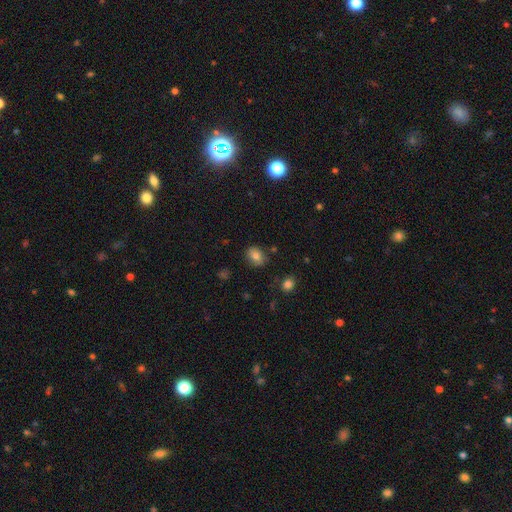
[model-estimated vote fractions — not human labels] A smooth galaxy with no disk features (80%) that is in between round and cigar-shaped (51%). Merging: none (82%).